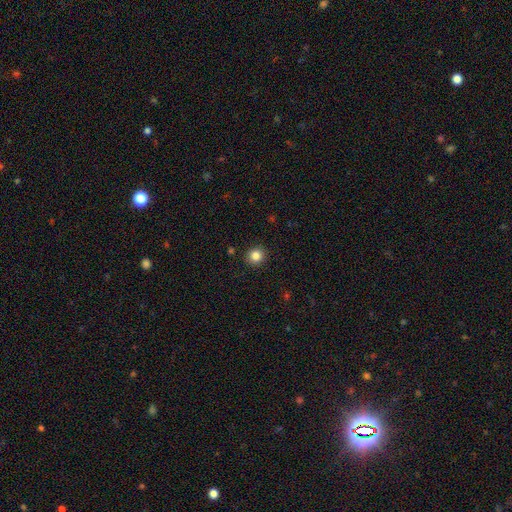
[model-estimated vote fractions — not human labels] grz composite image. It shows a smooth galaxy with no disk features (85%) that is round (89%). Merging: none (91%).